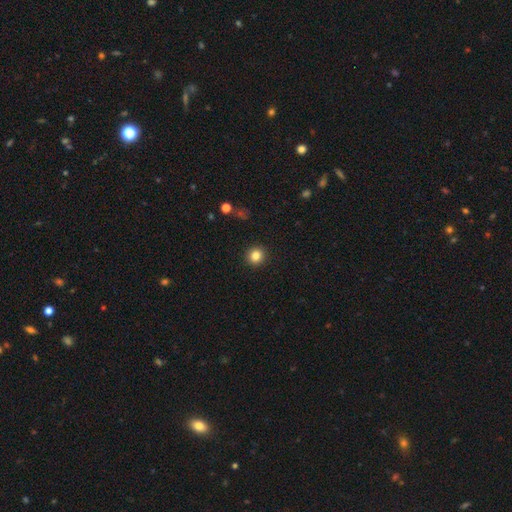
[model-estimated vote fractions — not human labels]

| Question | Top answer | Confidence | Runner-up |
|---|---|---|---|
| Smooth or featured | smooth | 83% | star or artifact (11%) |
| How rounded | round | 91% | in between (8%) |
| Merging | none | 92% | minor disturbance (5%) |